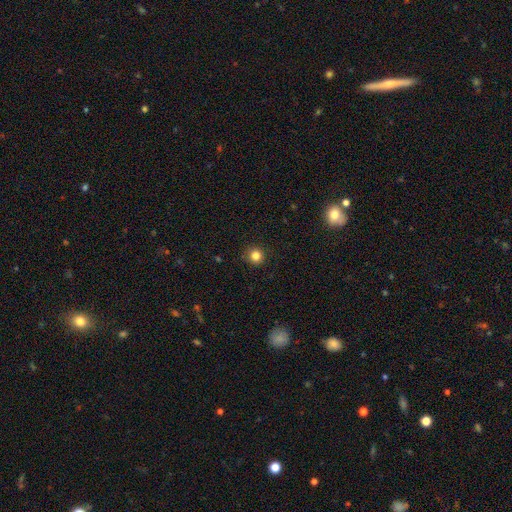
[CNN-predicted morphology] Smooth or featured?
  - smooth: 83% *
  - star or artifact: 12%
  - featured or disk: 5%
How rounded?
  - round: 94% *
  - in between: 5%
  - cigar-shaped: 1%
Merging?
  - none: 92% *
  - minor disturbance: 6%
  - major disturbance: 2%
  - merger: 1%